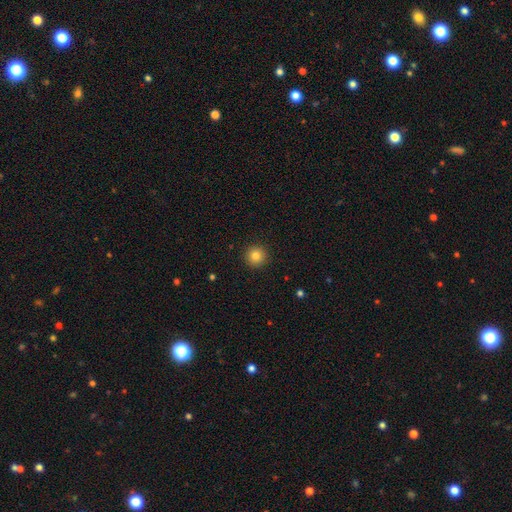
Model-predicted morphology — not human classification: Smooth or featured?
  - smooth: 82% *
  - star or artifact: 11%
  - featured or disk: 6%
How rounded?
  - round: 96% *
  - in between: 3%
  - cigar-shaped: 1%
Merging?
  - none: 92% *
  - minor disturbance: 5%
  - major disturbance: 2%
  - merger: 1%